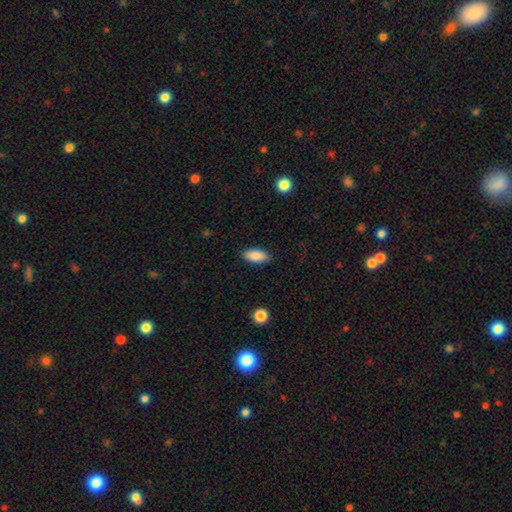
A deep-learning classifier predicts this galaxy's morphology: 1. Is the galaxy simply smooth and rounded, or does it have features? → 88% smooth, 7% star or artifact, 5% featured or disk.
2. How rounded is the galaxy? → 88% in between, 9% cigar-shaped, 3% round.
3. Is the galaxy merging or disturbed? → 87% none, 9% minor disturbance, 2% major disturbance, 1% merger.